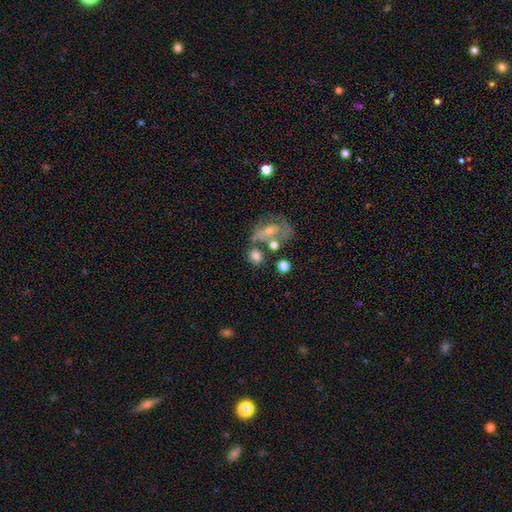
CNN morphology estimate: The model was most divided on "merging": none: 45%, merger: 28%, minor disturbance: 16%, major disturbance: 11%. More confident: smooth or featured — smooth (71%); how rounded — round (59%).